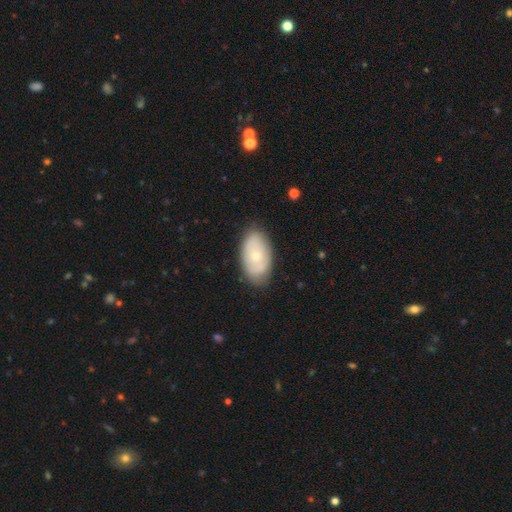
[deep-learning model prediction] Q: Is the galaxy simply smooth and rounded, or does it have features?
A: smooth — 59%.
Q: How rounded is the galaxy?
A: in between — 93%.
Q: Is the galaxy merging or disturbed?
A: none — 81%.